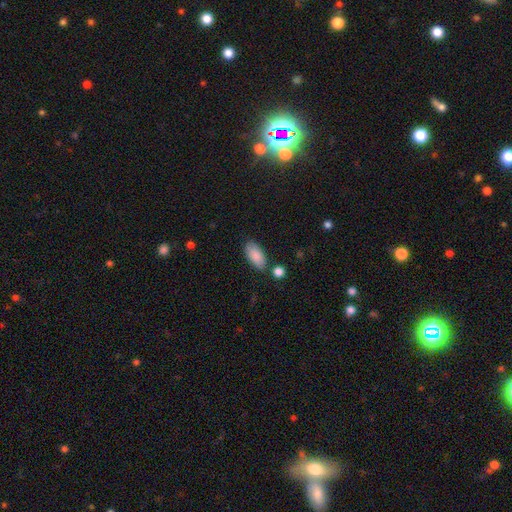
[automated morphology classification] Overall: smooth (87%). How rounded: in between (91%). Merging: none (77%).